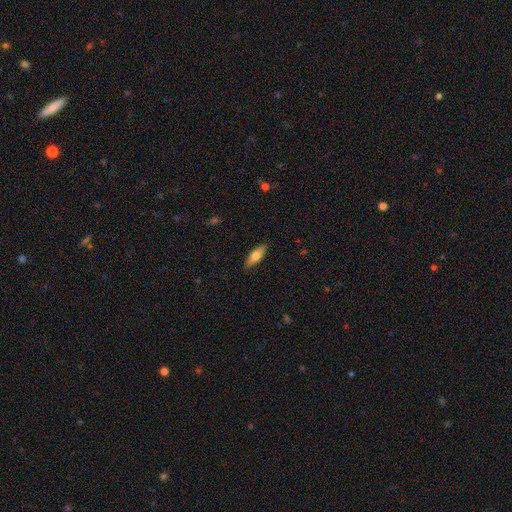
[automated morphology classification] This is likely a smooth galaxy (70%). How rounded: possibly in between (52%). Merging: clearly none (87%).